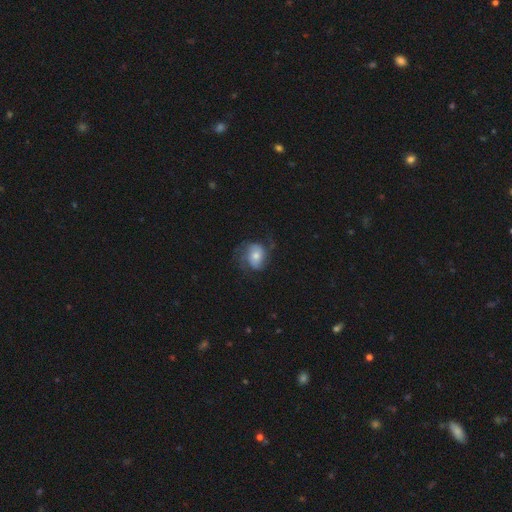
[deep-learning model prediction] Smooth or featured: featured or disk — 54% (smooth — 38%)
Edge-on disk: no — 97% (yes — 3%)
Bar: no — 70% (weak — 24%)
Spiral arms: yes — 84% (no — 16%)
Bulge size: moderate — 47% (small — 38%)
Merging: none — 52% (minor disturbance — 23%)